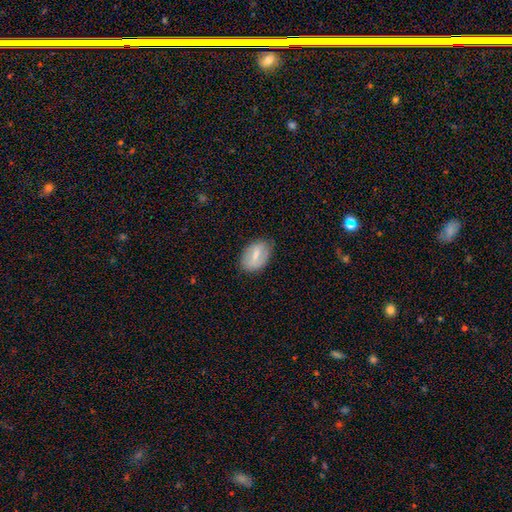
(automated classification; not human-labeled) Smooth or featured? Predicted: smooth (p=0.61). How rounded? Predicted: in between (p=0.89). Merging? Predicted: none (p=0.77).